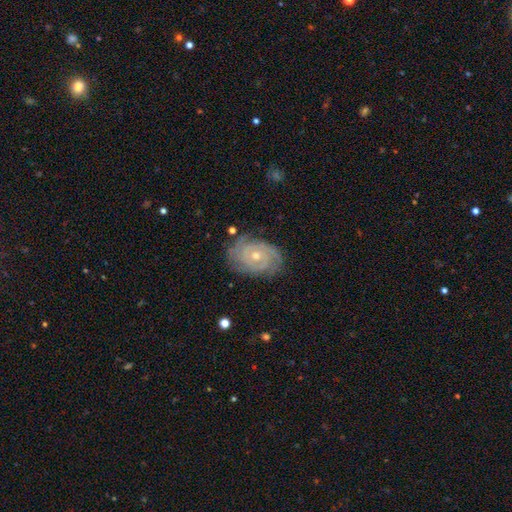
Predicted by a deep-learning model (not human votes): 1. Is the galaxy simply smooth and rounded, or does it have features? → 87% featured or disk, 7% smooth, 6% star or artifact.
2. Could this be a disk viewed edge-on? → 97% no, 3% yes.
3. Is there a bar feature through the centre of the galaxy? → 75% no, 20% weak, 4% strong.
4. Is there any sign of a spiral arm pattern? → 97% yes, 3% no.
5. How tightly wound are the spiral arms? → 76% tight, 20% medium, 4% loose.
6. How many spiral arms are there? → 29% 3, 28% 2, 22% can't tell, 11% 4, 5% more than 4, 5% 1.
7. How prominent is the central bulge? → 52% small, 46% moderate, 1% large, 1% none, 1% dominant.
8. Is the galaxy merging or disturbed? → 78% none, 16% minor disturbance, 4% major disturbance, 1% merger.